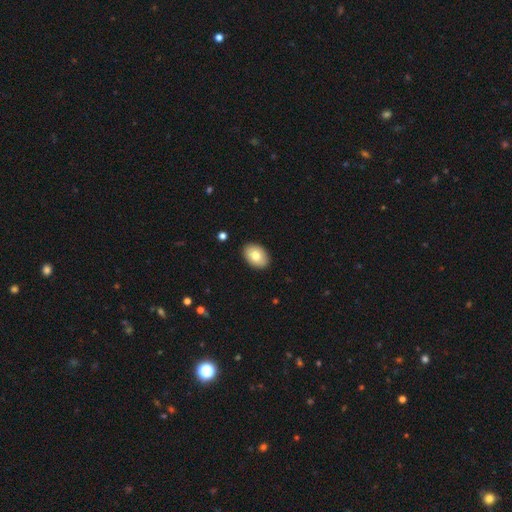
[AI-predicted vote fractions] Morphology: type=smooth (77%); roundness=in between (82%); merging=none (90%).